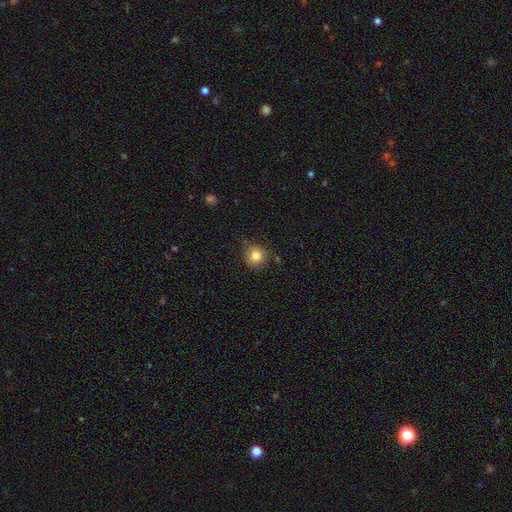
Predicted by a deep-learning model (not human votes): A smooth galaxy with no disk features (83%) that is round (93%).

Vote fractions:
- Smooth or featured? smooth: 83% / star or artifact: 11% / featured or disk: 6%
- How rounded? round: 93% / in between: 7% / cigar-shaped: 1%
- Merging? none: 83% / minor disturbance: 12% / major disturbance: 3% / merger: 2%